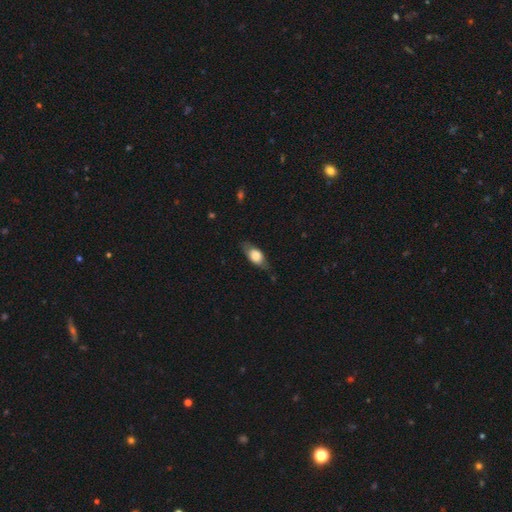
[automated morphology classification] Overall: smooth (64%; featured or disk 29%). How rounded: in between (80%). Merging: none (71%).